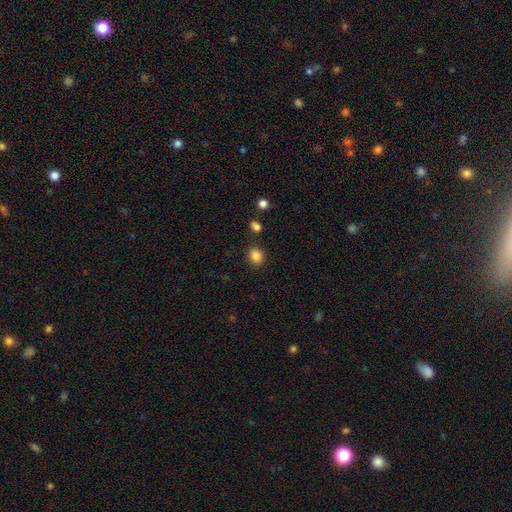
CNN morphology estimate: Q: Smooth or featured?
A: smooth (85%); runner-up: star or artifact (11%)
Q: How rounded?
A: round (77%); runner-up: in between (22%)
Q: Merging?
A: none (86%); runner-up: minor disturbance (8%)